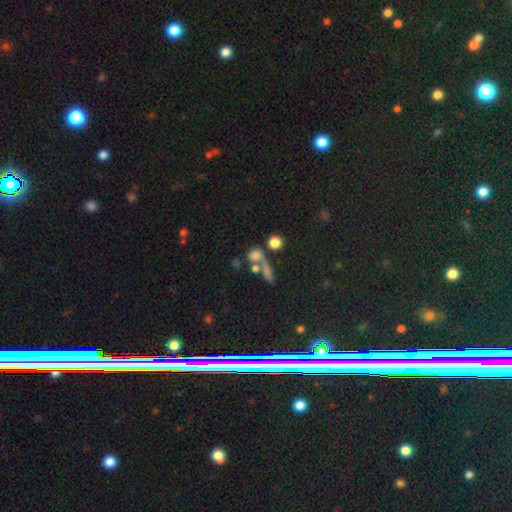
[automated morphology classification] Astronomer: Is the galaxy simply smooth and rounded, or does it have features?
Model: smooth — 67%.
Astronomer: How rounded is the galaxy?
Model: round — 59%.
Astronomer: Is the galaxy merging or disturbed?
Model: none — 40% (runner-up: merger, 39%).